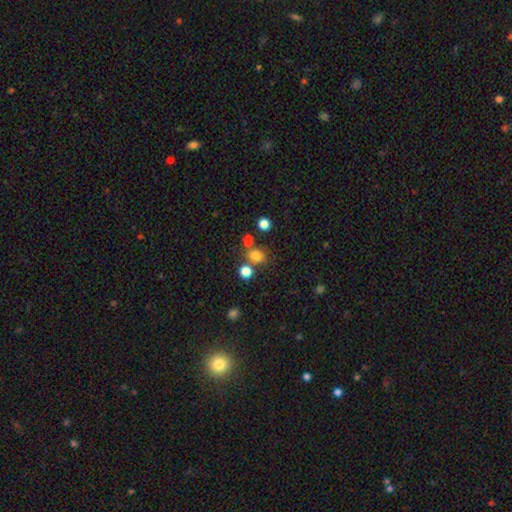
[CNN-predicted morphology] A smooth galaxy with no disk features (76%) that is round (73%). Merging: none (66%).